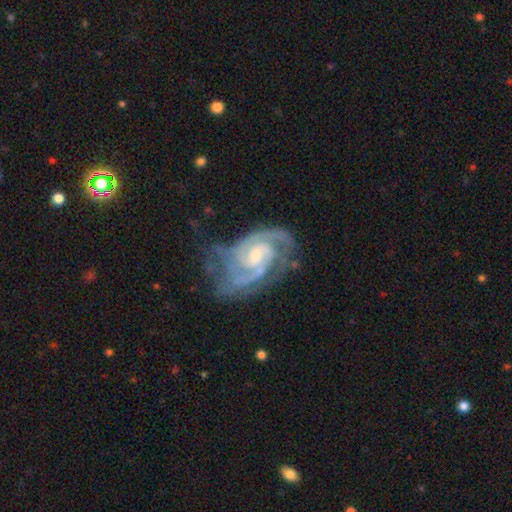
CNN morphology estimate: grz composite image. It shows a featured or disk galaxy (93%) with no bar (45%), 2 (61%) tight (56%) spiral arms (99%) and a small central bulge (60%). Merging: none (63%).